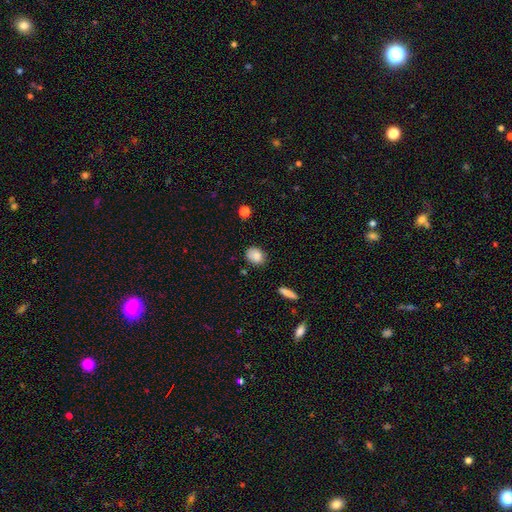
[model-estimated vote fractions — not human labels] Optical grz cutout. It shows a smooth galaxy with no disk features (85%) that is in between round and cigar-shaped (55%). Merging: none (76%).